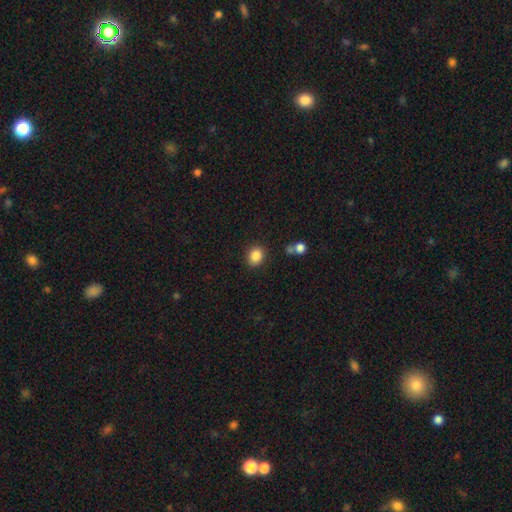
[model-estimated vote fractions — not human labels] A smooth galaxy with no disk features (86%) that is round (63%).

Vote fractions:
- Smooth or featured? smooth: 86% / star or artifact: 10% / featured or disk: 4%
- How rounded? round: 63% / in between: 36% / cigar-shaped: 1%
- Merging? none: 84% / minor disturbance: 10% / merger: 3% / major disturbance: 3%